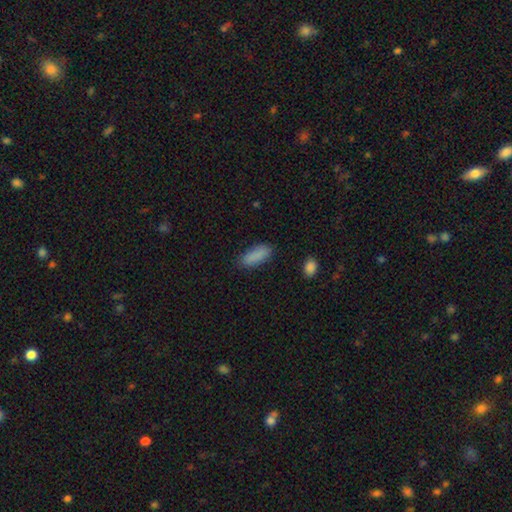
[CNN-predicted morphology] A smooth galaxy with no disk features (88%) that is in between round and cigar-shaped (73%).

Vote fractions:
- Smooth or featured? smooth: 88% / star or artifact: 7% / featured or disk: 5%
- How rounded? in between: 73% / cigar-shaped: 25% / round: 2%
- Merging? none: 83% / minor disturbance: 12% / major disturbance: 3% / merger: 2%